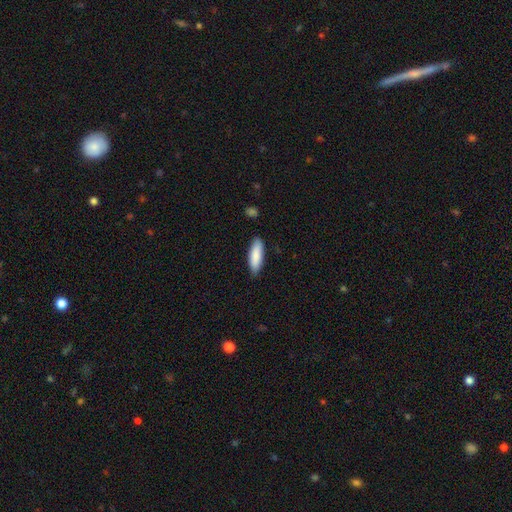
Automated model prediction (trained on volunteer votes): Q: Smooth or featured?
A: smooth (87%); runner-up: featured or disk (8%)
Q: How rounded?
A: in between (56%); runner-up: cigar-shaped (42%)
Q: Merging?
A: none (84%); runner-up: minor disturbance (13%)